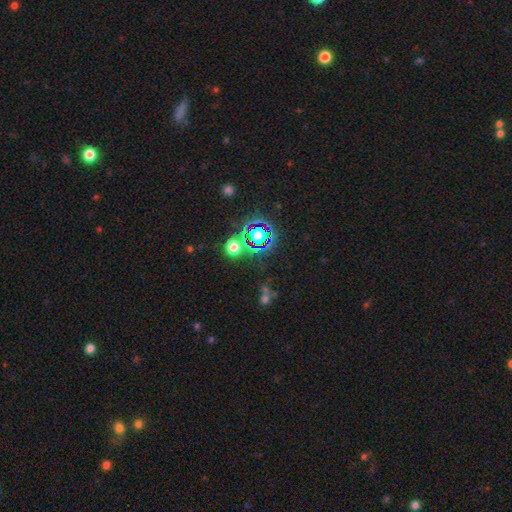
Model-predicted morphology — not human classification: The model was most divided on "smooth or featured": star or artifact: 69%, smooth: 22%, featured or disk: 9%.